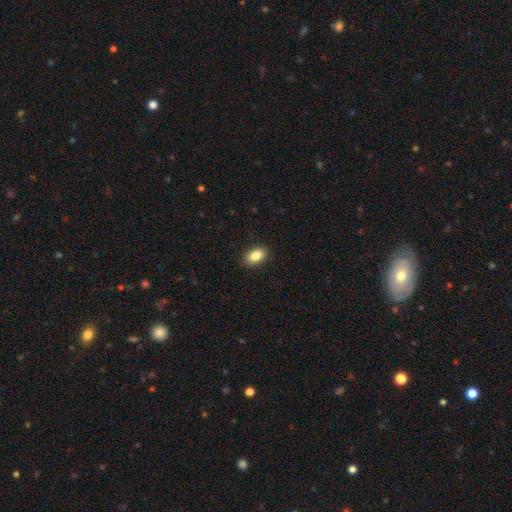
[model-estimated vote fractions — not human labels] A smooth galaxy with no disk features (87%) that is in between round and cigar-shaped (89%).

Vote fractions:
- Smooth or featured? smooth: 87% / star or artifact: 8% / featured or disk: 5%
- How rounded? in between: 89% / round: 9% / cigar-shaped: 2%
- Merging? none: 89% / minor disturbance: 8% / major disturbance: 2% / merger: 1%